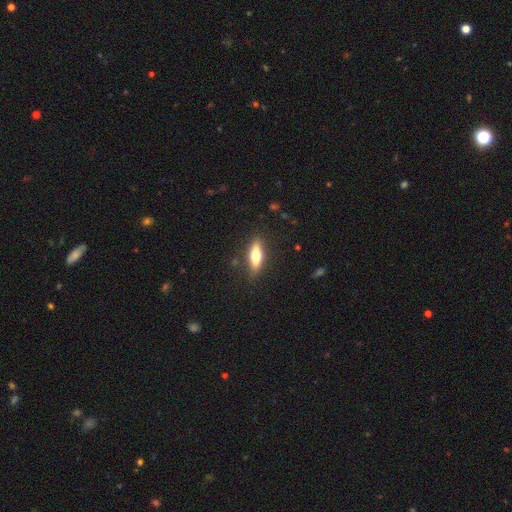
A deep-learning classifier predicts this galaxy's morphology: A smooth galaxy with no disk features (58%) that is cigar-shaped (51%).

Vote fractions:
- Smooth or featured? smooth: 58% / featured or disk: 35% / star or artifact: 6%
- How rounded? cigar-shaped: 51% / in between: 46% / round: 3%
- Merging? none: 85% / minor disturbance: 11% / major disturbance: 3% / merger: 1%